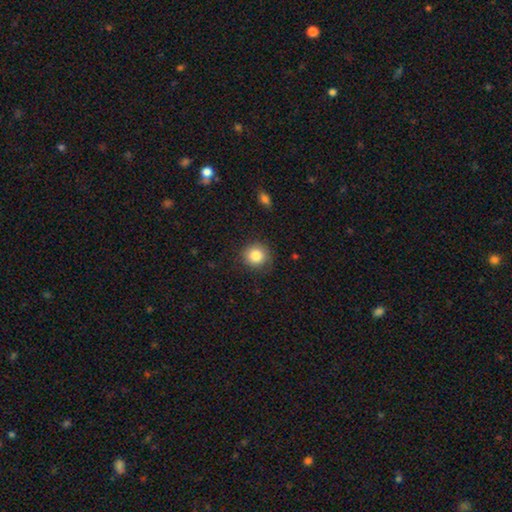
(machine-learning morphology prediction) smooth-or-featured: smooth: 84% | star or artifact: 10% | featured or disk: 6%
  how-rounded: round: 92% | in between: 7% | cigar-shaped: 1%
  merging: none: 86% | minor disturbance: 10% | major disturbance: 3% | merger: 1%